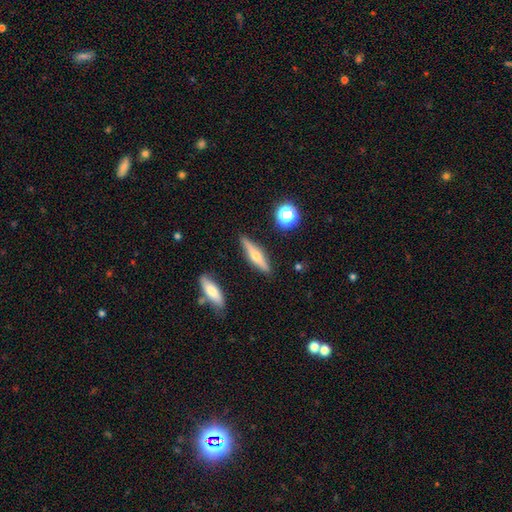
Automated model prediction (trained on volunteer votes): smooth_or_featured: featured or disk (p=0.53) [alt: smooth p=0.39]
disk_edge_on: yes (p=0.94) [alt: no p=0.06]
merging: none (p=0.87) [alt: minor disturbance p=0.09]